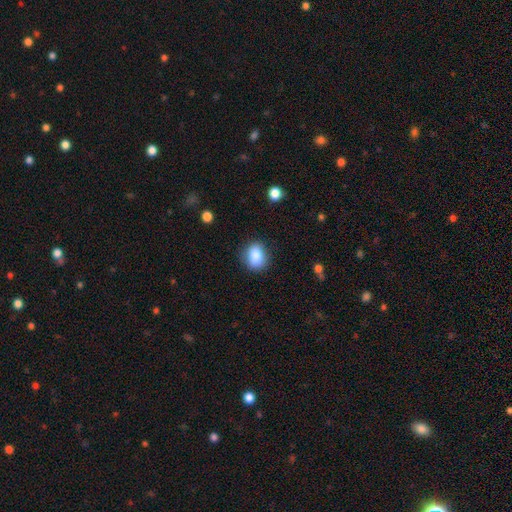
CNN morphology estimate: A smooth galaxy with no disk features (86%) that is in between round and cigar-shaped (52%).

Vote fractions:
- Smooth or featured? smooth: 86% / star or artifact: 8% / featured or disk: 5%
- How rounded? in between: 52% / round: 47% / cigar-shaped: 1%
- Merging? none: 80% / minor disturbance: 15% / major disturbance: 4% / merger: 2%